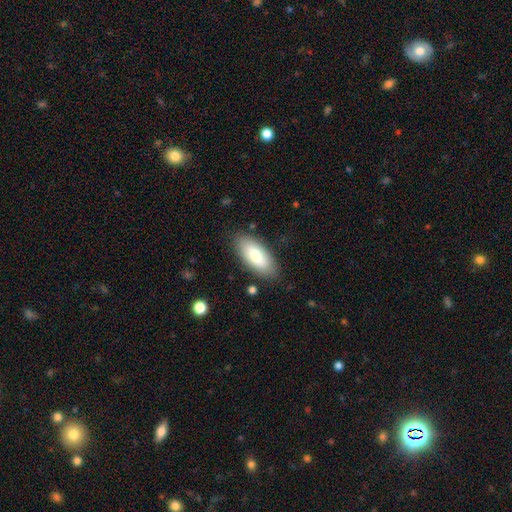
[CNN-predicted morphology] Smooth or featured? smooth (79%)
How rounded? in between (85%)
Merging? none (85%)